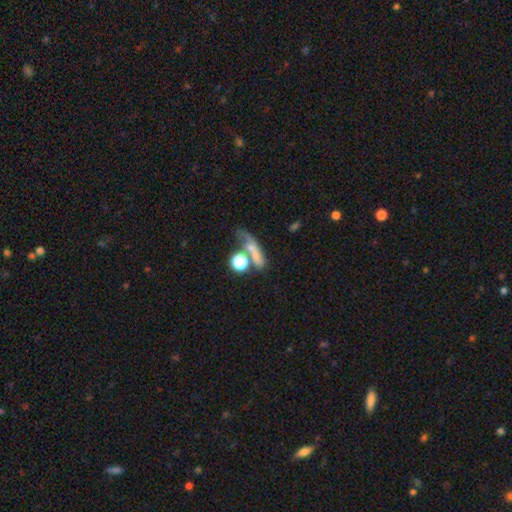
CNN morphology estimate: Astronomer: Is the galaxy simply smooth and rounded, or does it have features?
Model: smooth — 57%.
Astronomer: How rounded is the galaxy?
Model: cigar-shaped — 37% (runner-up: in between, 33%).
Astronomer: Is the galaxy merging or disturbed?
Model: none — 40% (runner-up: merger, 26%).